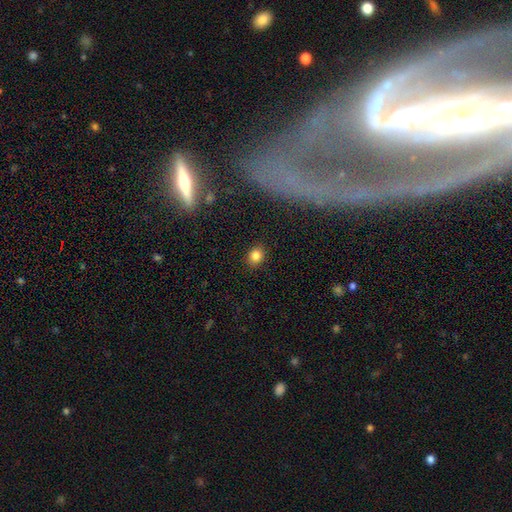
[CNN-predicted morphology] Q: Smooth or featured?
A: smooth (83%); runner-up: star or artifact (11%)
Q: How rounded?
A: round (61%); runner-up: in between (38%)
Q: Merging?
A: none (89%); runner-up: minor disturbance (8%)